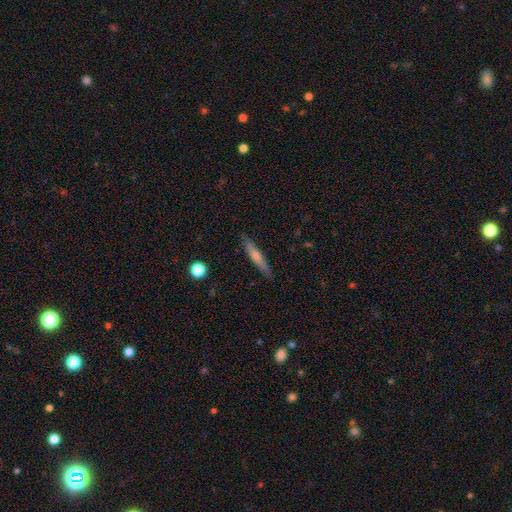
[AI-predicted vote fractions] This appears to be a smooth galaxy with no disk features (47%). Merging: none (88%).